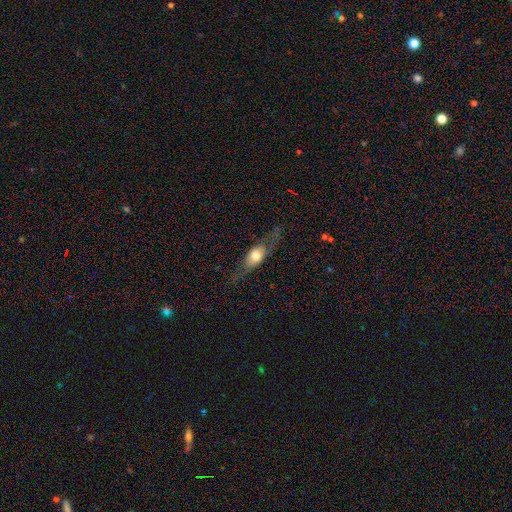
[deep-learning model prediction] Smooth or featured?
  - featured or disk: 48% *
  - smooth: 44%
  - star or artifact: 7%
Merging?
  - none: 73% *
  - minor disturbance: 16%
  - major disturbance: 9%
  - merger: 1%